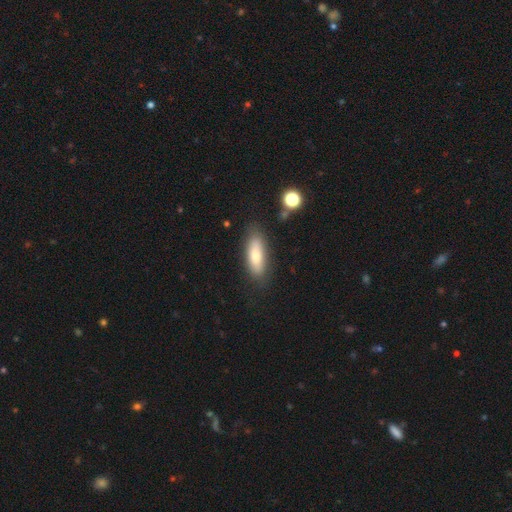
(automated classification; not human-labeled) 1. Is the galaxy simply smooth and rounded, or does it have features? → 75% smooth, 18% featured or disk, 7% star or artifact.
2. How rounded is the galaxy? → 62% in between, 36% cigar-shaped, 2% round.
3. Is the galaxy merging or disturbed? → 81% none, 13% minor disturbance, 4% major disturbance, 2% merger.